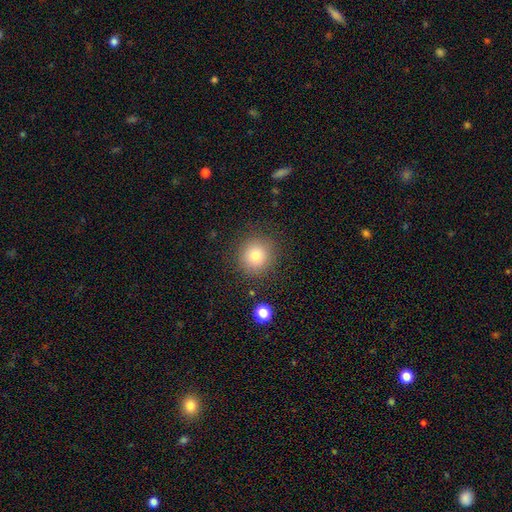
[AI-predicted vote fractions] This is likely a smooth galaxy (79%). How rounded: clearly round (92%). Merging: clearly none (87%).